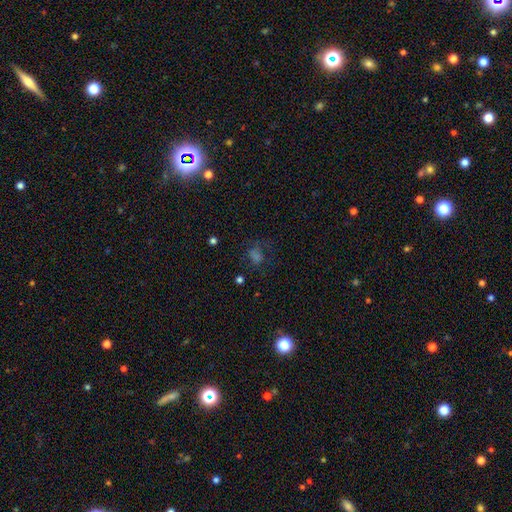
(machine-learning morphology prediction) Smooth or featured? smooth (41%)
Merging? none (56%)